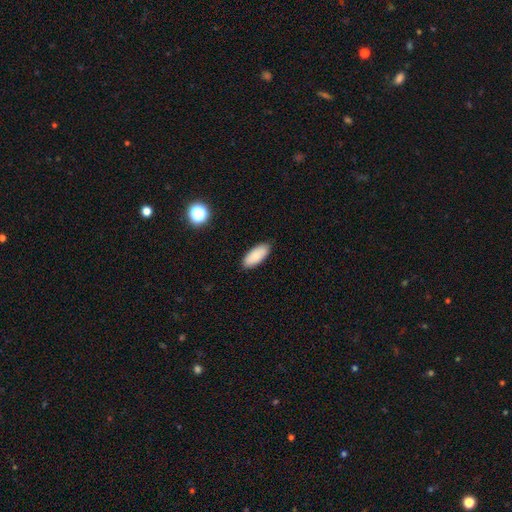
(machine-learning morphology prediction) Smooth or featured? smooth (87%)
How rounded? in between (86%)
Merging? none (88%)